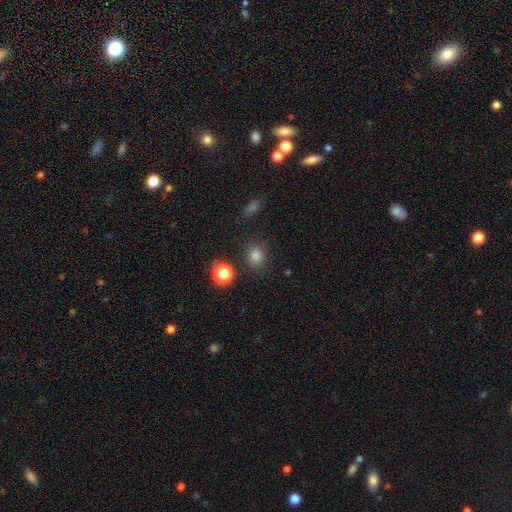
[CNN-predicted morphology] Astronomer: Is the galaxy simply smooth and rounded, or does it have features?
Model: smooth — 80%.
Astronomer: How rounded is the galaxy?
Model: round — 74%.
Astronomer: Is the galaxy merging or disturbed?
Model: none — 84%.